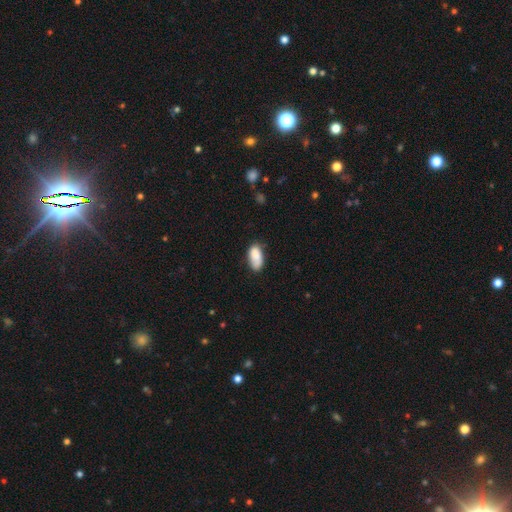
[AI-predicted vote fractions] smooth 83%, featured or disk 10%, star or artifact 7%. Down the decision tree: how rounded — in between (92%); merging — none (60%).